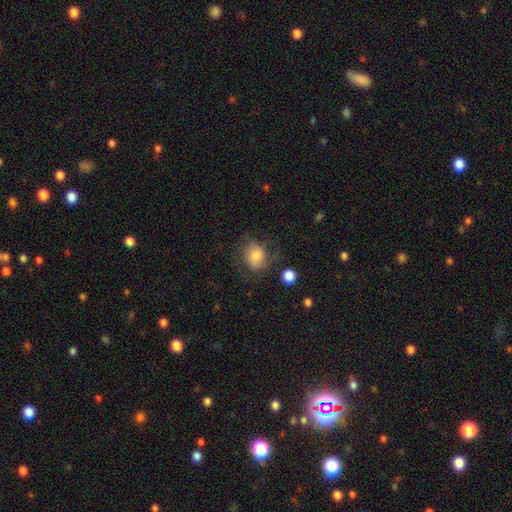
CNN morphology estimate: Overall: smooth (58%; featured or disk 32%). How rounded: round (62%; in between 37%). Merging: none (54%; minor disturbance 22%).